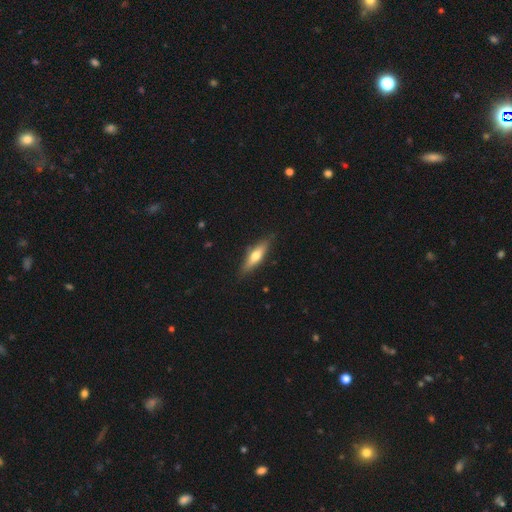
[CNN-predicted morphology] Overall: smooth (54%; featured or disk 40%). How rounded: cigar-shaped (64%; in between 34%). Merging: none (85%).